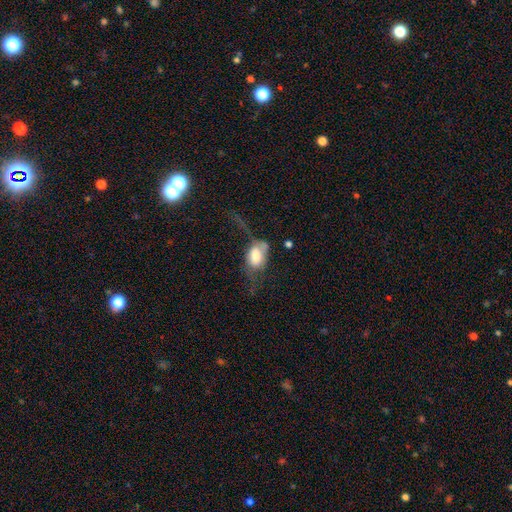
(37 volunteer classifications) This is likely a smooth galaxy (73%). How rounded: clearly in between (85%). Merging: likely major disturbance (64%).